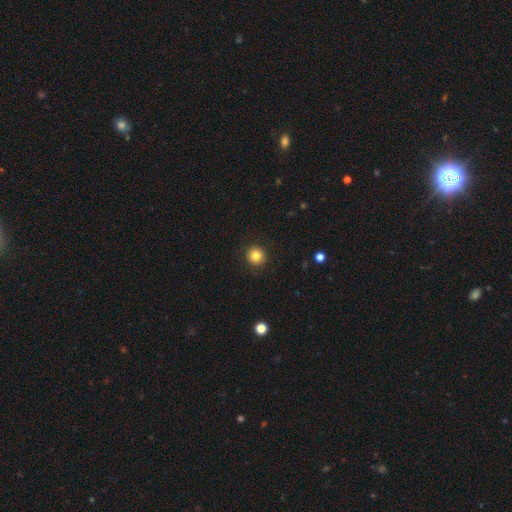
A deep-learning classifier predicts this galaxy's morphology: Smooth or featured? smooth (84%)
How rounded? round (93%)
Merging? none (91%)